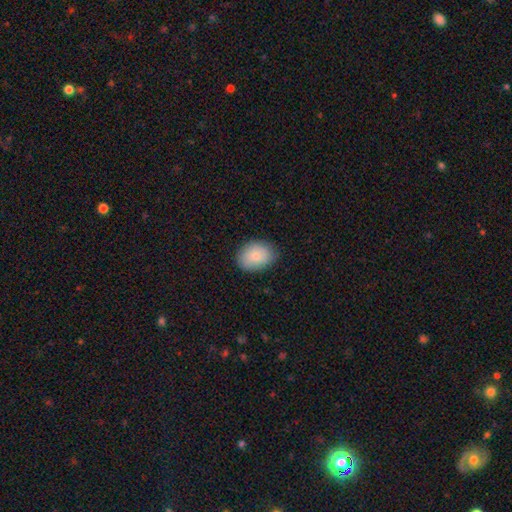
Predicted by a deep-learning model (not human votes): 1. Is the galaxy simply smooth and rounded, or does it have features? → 83% smooth, 10% featured or disk, 7% star or artifact.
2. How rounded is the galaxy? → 68% in between, 31% round, 1% cigar-shaped.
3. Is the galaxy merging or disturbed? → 81% none, 15% minor disturbance, 3% major disturbance, 1% merger.